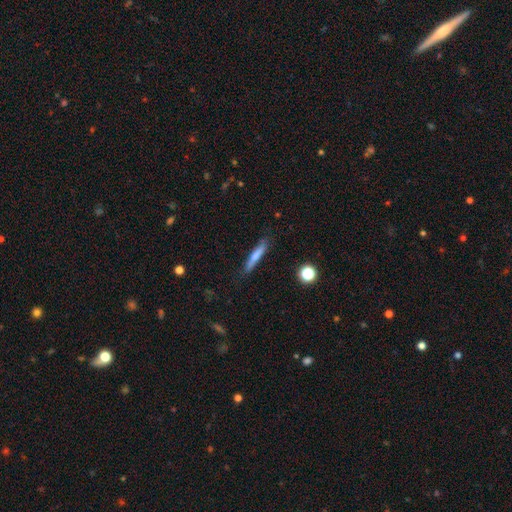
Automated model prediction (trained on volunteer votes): smooth_or_featured: smooth (p=0.65) [alt: featured or disk p=0.27]
how_rounded: cigar-shaped (p=0.91) [alt: in between p=0.07]
merging: none (p=0.82) [alt: minor disturbance p=0.13]